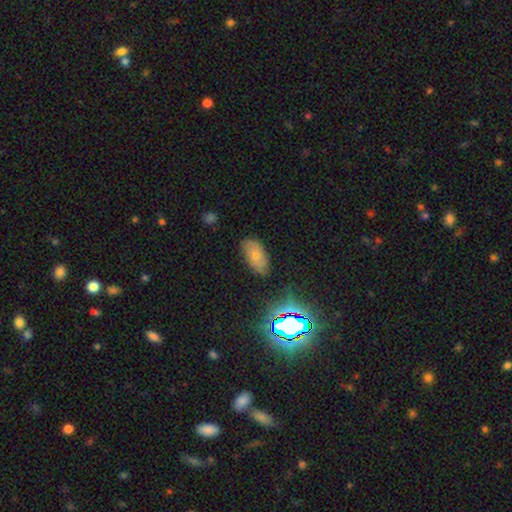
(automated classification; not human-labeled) This is possibly a smooth galaxy (59%). How rounded: clearly in between (92%). Merging: likely none (73%).